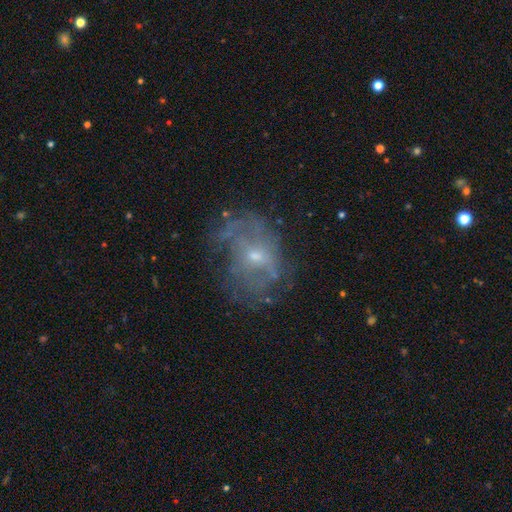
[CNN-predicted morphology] The model was most divided on "spiral arms" (2-way tie): no: 50%, yes: 50%. More confident: edge-on disk — no (96%); bar — no (67%); smooth or featured — featured or disk (64%); bulge size — small (63%); merging — none (51%).